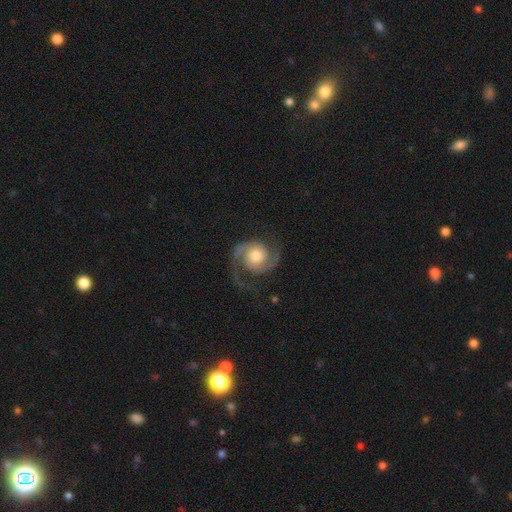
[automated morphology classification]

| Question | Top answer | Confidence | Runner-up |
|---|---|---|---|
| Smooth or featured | featured or disk | 91% | smooth (5%) |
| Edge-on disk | no | 98% | yes (2%) |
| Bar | no | 75% | weak (20%) |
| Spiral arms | yes | 98% | no (2%) |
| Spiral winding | medium | 55% | tight (27%) |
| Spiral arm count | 2 | 94% | 3 (2%) |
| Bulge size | moderate | 57% | large (26%) |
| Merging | none | 76% | minor disturbance (15%) |